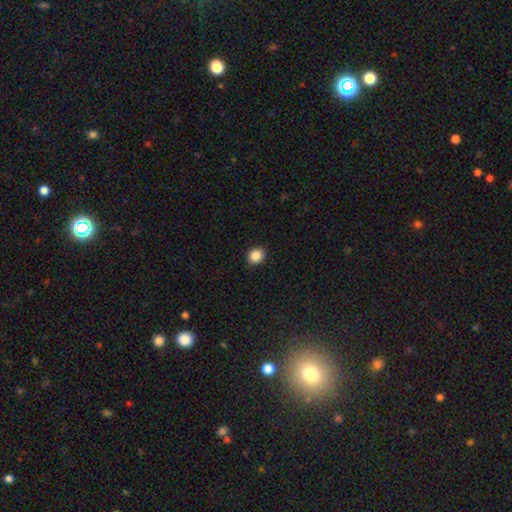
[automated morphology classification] Smooth or featured? Predicted: smooth (p=0.88). How rounded? Predicted: round (p=0.74). Merging? Predicted: none (p=0.91).